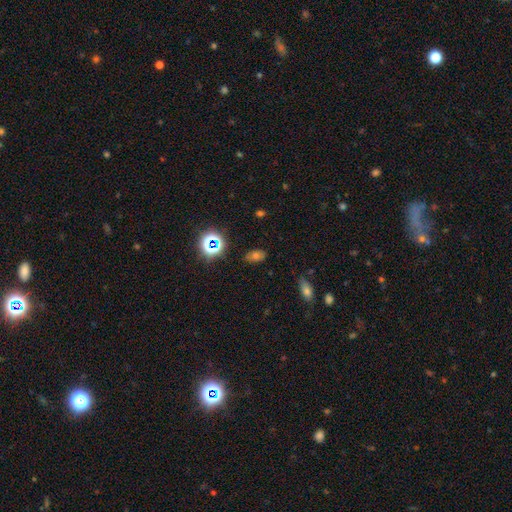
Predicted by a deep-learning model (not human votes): smooth_or_featured: smooth (p=0.46) [alt: star or artifact p=0.40]
merging: none (p=0.82) [alt: minor disturbance p=0.12]